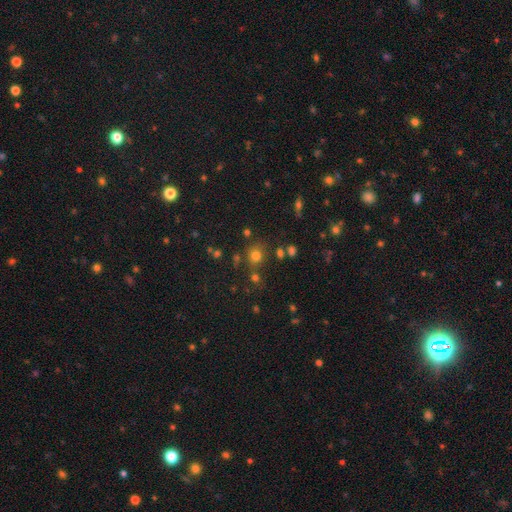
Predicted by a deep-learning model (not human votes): smooth_or_featured: smooth (p=0.71) [alt: star or artifact p=0.22]
how_rounded: round (p=0.82) [alt: in between p=0.17]
merging: none (p=0.73) [alt: minor disturbance p=0.11]